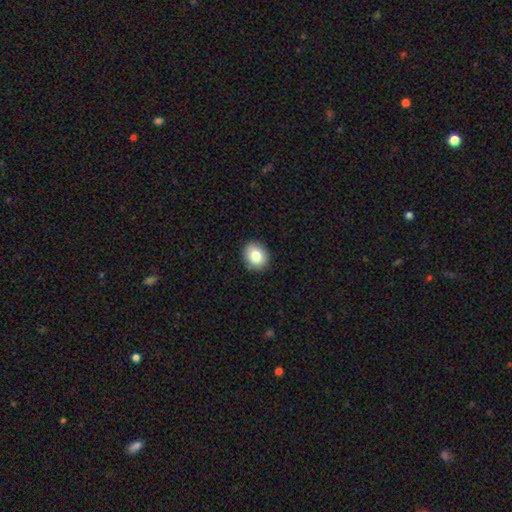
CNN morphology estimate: Q: Smooth or featured?
A: smooth (82%); runner-up: star or artifact (9%)
Q: How rounded?
A: round (70%); runner-up: in between (30%)
Q: Merging?
A: none (90%); runner-up: minor disturbance (7%)